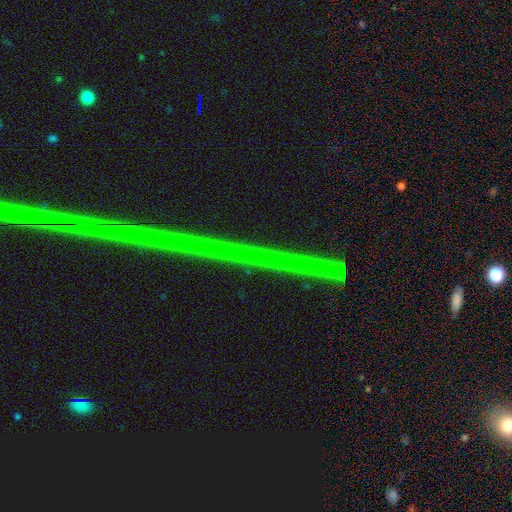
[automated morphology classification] smooth-or-featured: star or artifact: 83% | featured or disk: 12% | smooth: 5%